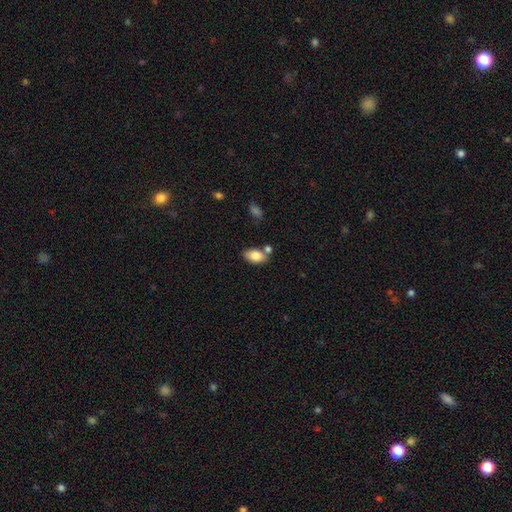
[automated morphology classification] This is clearly a smooth galaxy (83%). How rounded: clearly in between (90%). Merging: likely none (63%).